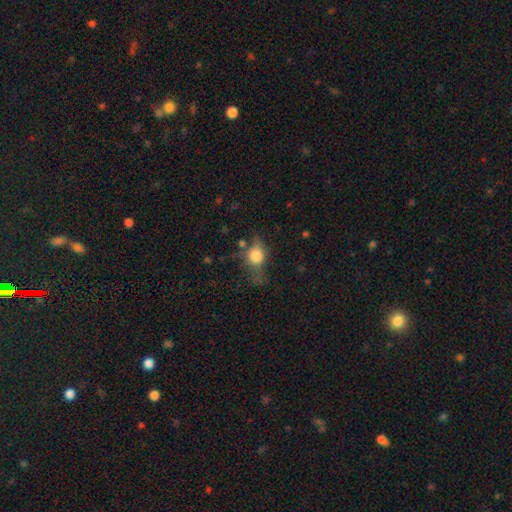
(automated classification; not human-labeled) Smooth or featured: smooth — 69% (featured or disk — 20%)
How rounded: round — 55% (in between — 41%)
Merging: none — 45% (minor disturbance — 28%)